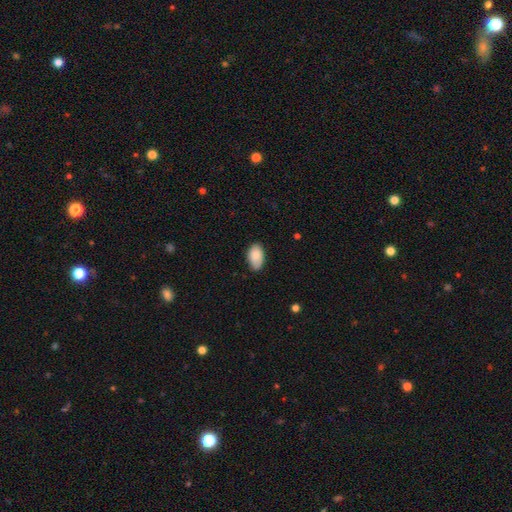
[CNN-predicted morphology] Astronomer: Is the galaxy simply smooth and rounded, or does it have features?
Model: smooth — 85%.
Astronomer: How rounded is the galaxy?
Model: in between — 94%.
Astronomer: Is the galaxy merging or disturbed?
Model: none — 74%.